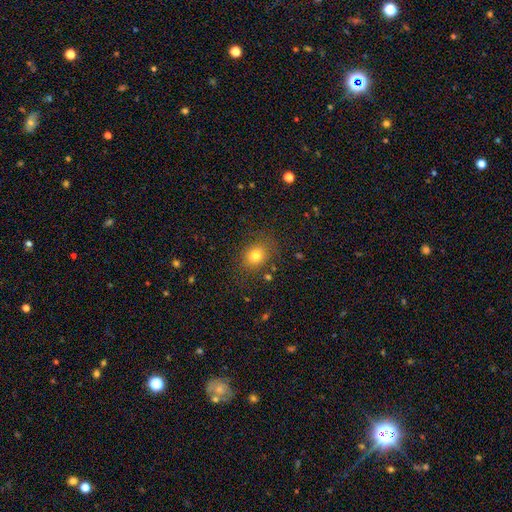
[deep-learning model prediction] This appears to be a smooth galaxy with no disk features (78%) that is round (58%). Merging: none (80%).